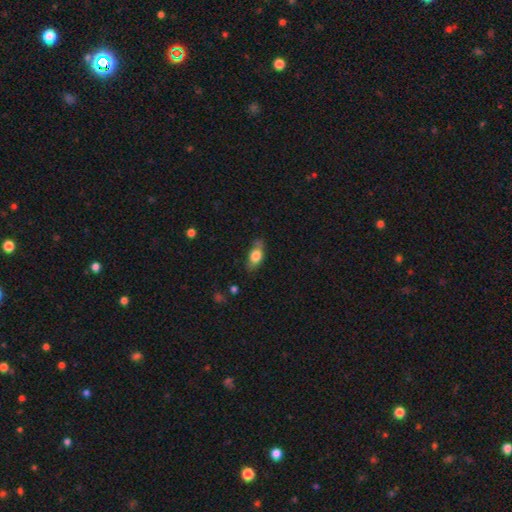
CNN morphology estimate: Q: Smooth or featured?
A: smooth (72%); runner-up: featured or disk (21%)
Q: How rounded?
A: in between (80%); runner-up: cigar-shaped (14%)
Q: Merging?
A: none (69%); runner-up: minor disturbance (23%)